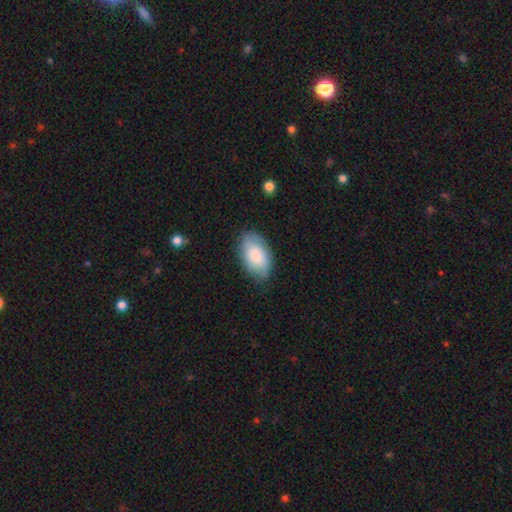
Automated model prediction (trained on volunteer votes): A smooth galaxy with no disk features (77%) that is in between round and cigar-shaped (93%).

Vote fractions:
- Smooth or featured? smooth: 77% / featured or disk: 17% / star or artifact: 6%
- How rounded? in between: 93% / round: 5% / cigar-shaped: 1%
- Merging? none: 77% / minor disturbance: 18% / major disturbance: 4% / merger: 1%